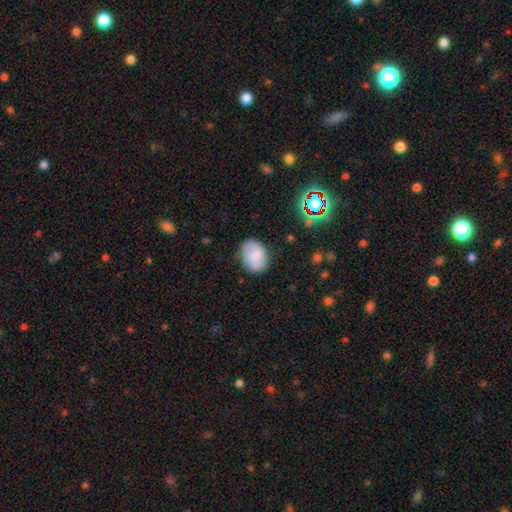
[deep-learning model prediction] smooth_or_featured: smooth (p=0.62) [alt: featured or disk p=0.30]
how_rounded: in between (p=0.59) [alt: round p=0.40]
merging: none (p=0.77) [alt: minor disturbance p=0.17]